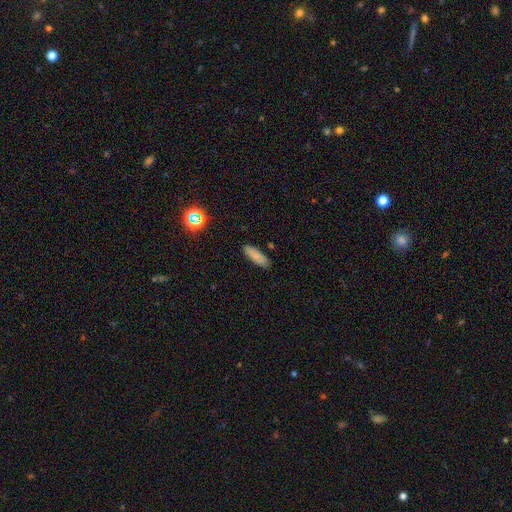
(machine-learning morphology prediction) type=smooth (84%); roundness=cigar-shaped (51%); merging=none (87%).